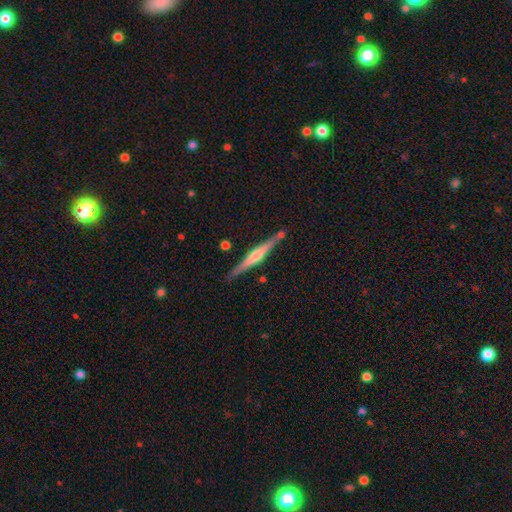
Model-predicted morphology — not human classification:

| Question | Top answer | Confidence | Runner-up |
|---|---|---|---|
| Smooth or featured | featured or disk | 70% | smooth (24%) |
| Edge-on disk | yes | 98% | no (2%) |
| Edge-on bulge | rounded | 71% | boxy (16%) |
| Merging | none | 85% | minor disturbance (10%) |